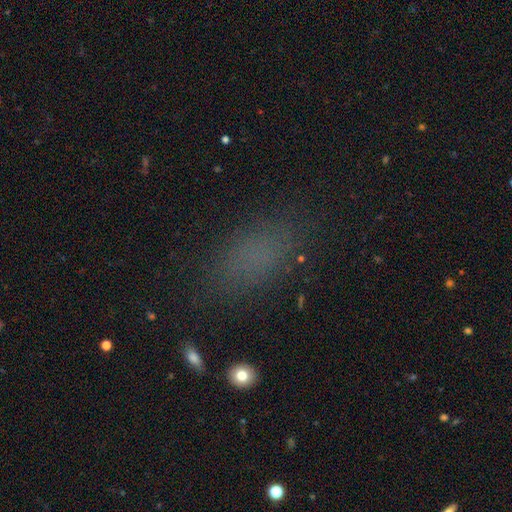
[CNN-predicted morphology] A smooth galaxy with no disk features (75%) that is in between round and cigar-shaped (85%). Merging: none (82%).